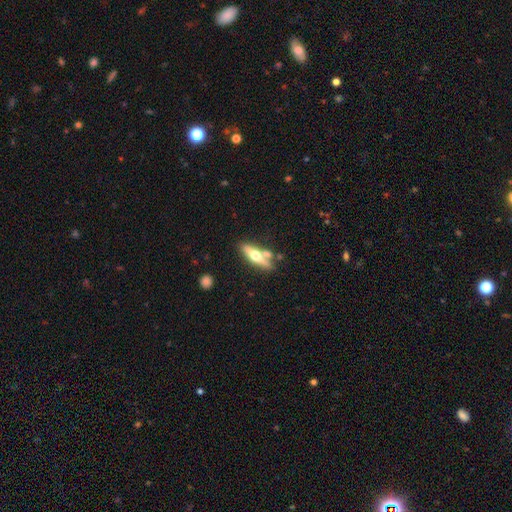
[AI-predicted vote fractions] Smooth or featured: featured or disk — 57% (smooth — 37%)
Edge-on disk: yes — 90% (no — 10%)
Edge-on bulge: rounded — 95% (boxy — 3%)
Merging: none — 68% (merger — 15%)